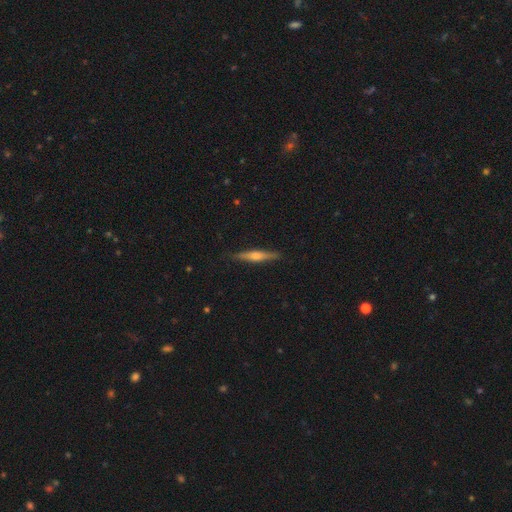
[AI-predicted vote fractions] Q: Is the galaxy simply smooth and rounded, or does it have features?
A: featured or disk — 63%.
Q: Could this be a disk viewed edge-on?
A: yes — 97%.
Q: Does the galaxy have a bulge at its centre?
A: rounded — 80%.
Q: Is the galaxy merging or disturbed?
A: none — 89%.